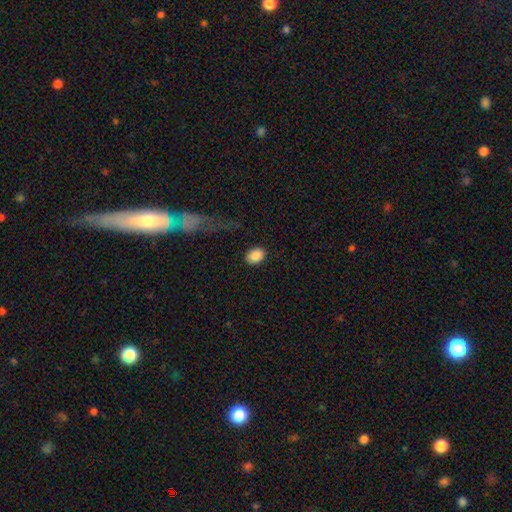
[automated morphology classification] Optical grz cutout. It shows a smooth galaxy with no disk features (88%) that is in between round and cigar-shaped (74%). Merging: none (86%).